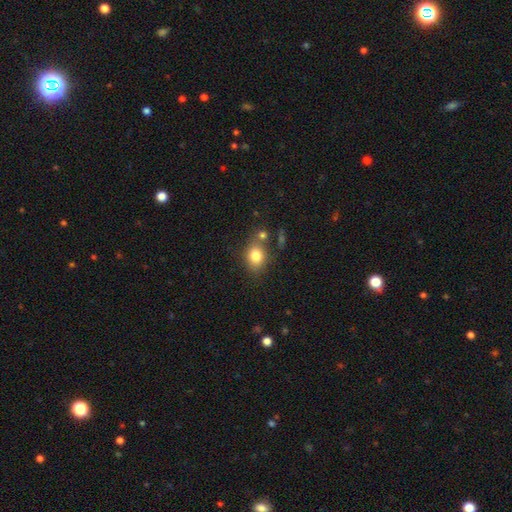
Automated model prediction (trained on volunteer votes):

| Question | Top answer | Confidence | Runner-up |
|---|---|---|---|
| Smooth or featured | smooth | 81% | star or artifact (10%) |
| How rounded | in between | 53% | round (46%) |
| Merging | none | 63% | minor disturbance (16%) |